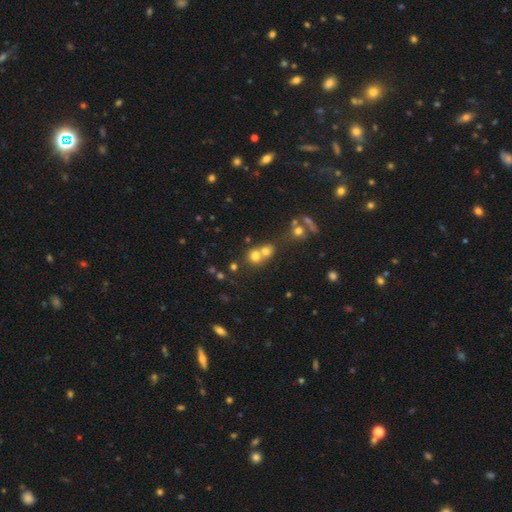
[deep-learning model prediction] smooth_or_featured: smooth (p=0.69) [alt: star or artifact p=0.18]
how_rounded: round (p=0.81) [alt: in between p=0.18]
merging: merger (p=0.52) [alt: none p=0.39]